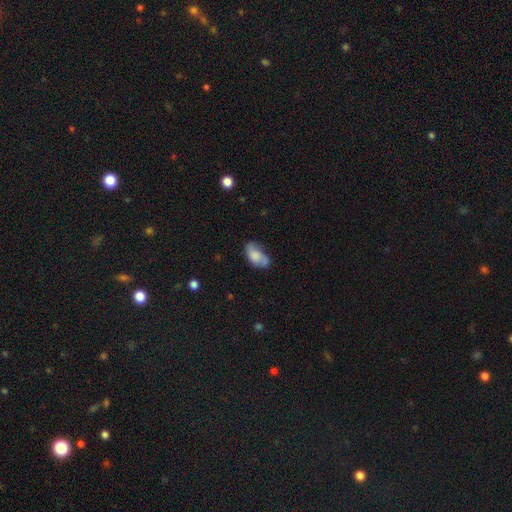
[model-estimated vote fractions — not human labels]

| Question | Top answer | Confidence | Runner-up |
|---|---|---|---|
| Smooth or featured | smooth | 67% | featured or disk (25%) |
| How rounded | in between | 92% | round (5%) |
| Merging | none | 45% | minor disturbance (33%) |